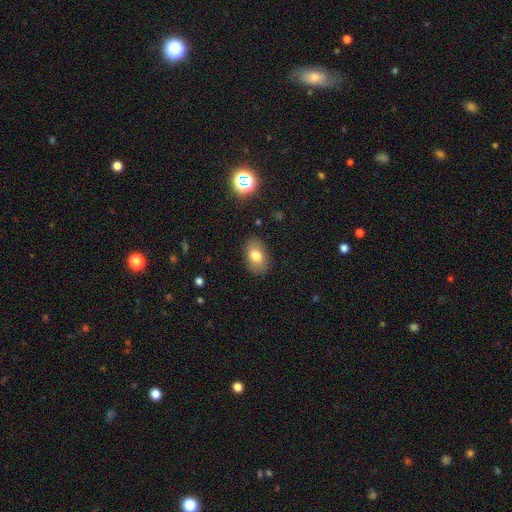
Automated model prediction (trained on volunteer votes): Smooth or featured? smooth (77%)
How rounded? in between (87%)
Merging? none (84%)